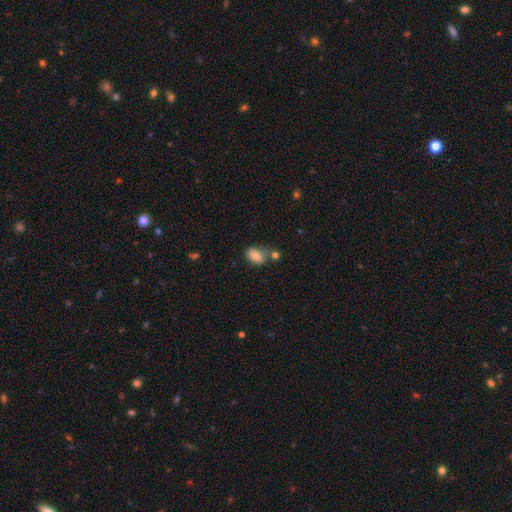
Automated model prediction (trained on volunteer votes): This appears to be a smooth galaxy with no disk features (81%) that is in between round and cigar-shaped (80%). Merging: none (56%).